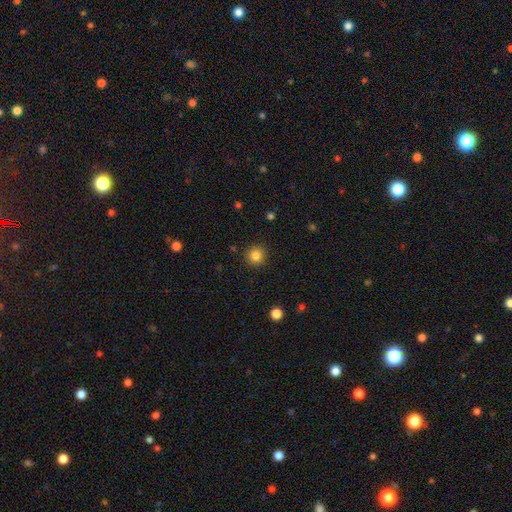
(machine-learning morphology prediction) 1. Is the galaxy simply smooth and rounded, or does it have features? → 84% smooth, 11% star or artifact, 4% featured or disk.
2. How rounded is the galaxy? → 94% round, 5% in between, 1% cigar-shaped.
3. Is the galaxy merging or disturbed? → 91% none, 6% minor disturbance, 2% major disturbance, 1% merger.